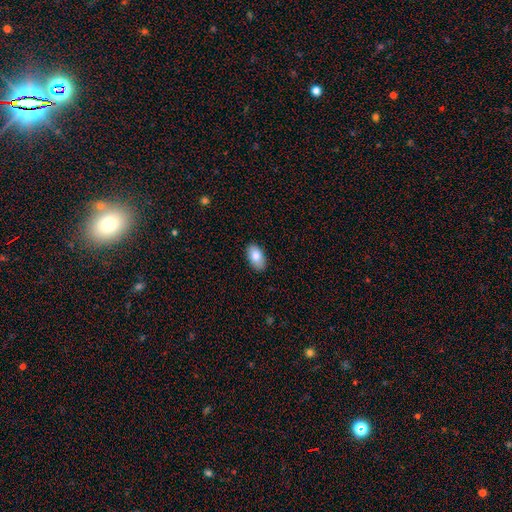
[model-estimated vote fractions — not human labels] smooth_or_featured: smooth (p=0.83) [alt: featured or disk p=0.10]
how_rounded: in between (p=0.94) [alt: round p=0.04]
merging: none (p=0.87) [alt: minor disturbance p=0.10]